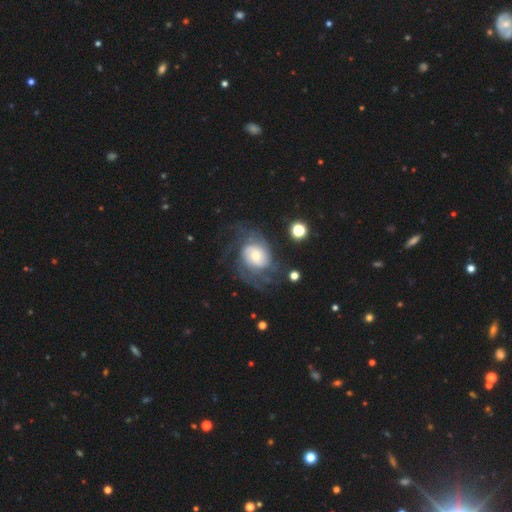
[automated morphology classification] Smooth or featured? featured or disk (76%)
Edge-on disk? no (97%)
Bar? no (72%)
Spiral arms? yes (90%)
Spiral winding? tight (44%)
Spiral arm count? can't tell (39%)
Bulge size? small (44%)
Merging? none (56%)